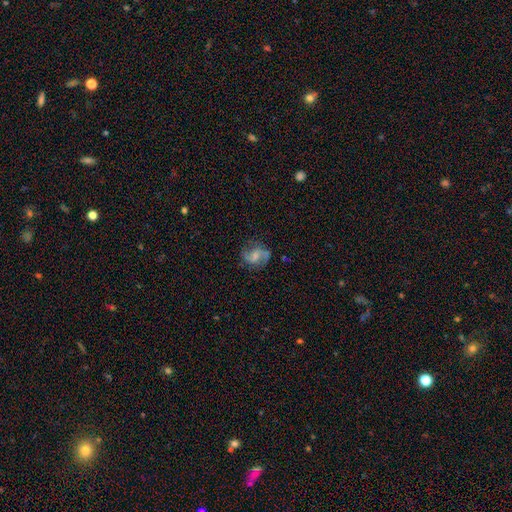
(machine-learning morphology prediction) The model was most divided on "bulge size": small: 39%, moderate: 38%, none: 16%, large: 6%, dominant: 1%. Remaining: edge-on disk — no (98%); spiral arms — yes (91%); spiral arm count — 2 (87%); smooth or featured — featured or disk (70%); merging — none (70%); bar — weak (46%); spiral winding — medium (46%).